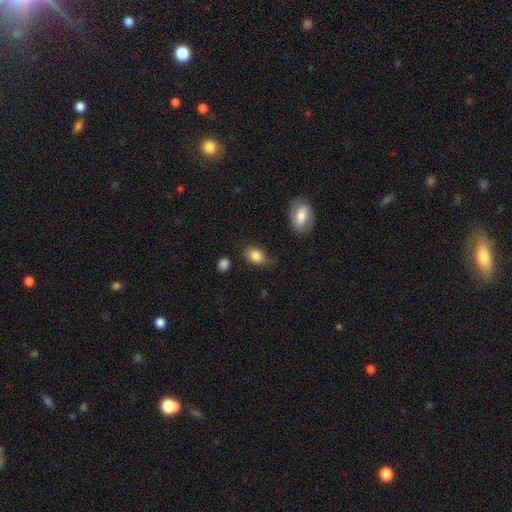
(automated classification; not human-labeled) Smooth or featured?
  - smooth: 85% *
  - star or artifact: 8%
  - featured or disk: 7%
How rounded?
  - in between: 79% *
  - round: 20%
  - cigar-shaped: 2%
Merging?
  - none: 59% *
  - minor disturbance: 30%
  - major disturbance: 8%
  - merger: 3%